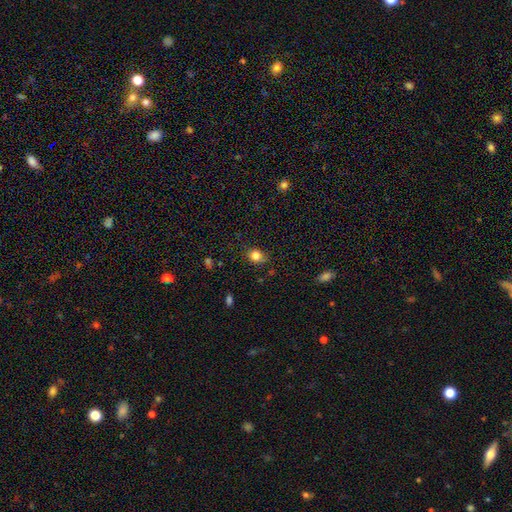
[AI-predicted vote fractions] Morphology: type=smooth (83%); roundness=round (66%); merging=none (78%).